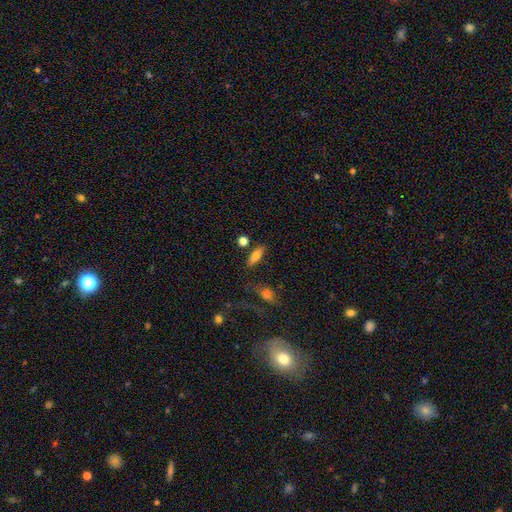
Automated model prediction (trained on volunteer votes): Smooth or featured? Predicted: smooth (p=0.77). How rounded? Predicted: in between (p=0.52). Merging? Predicted: none (p=0.77).